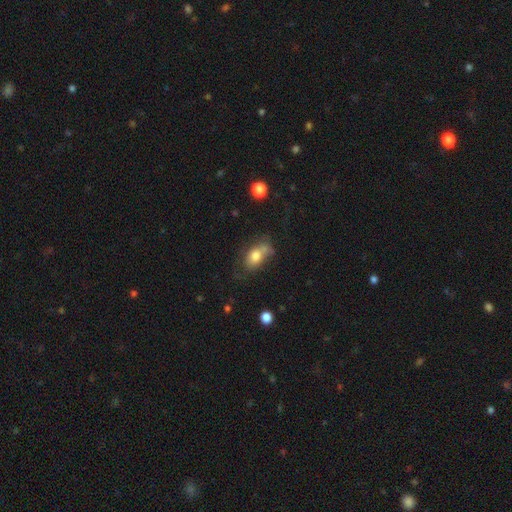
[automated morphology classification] smooth 74%, featured or disk 16%, star or artifact 9%. Down the decision tree: how rounded — in between (84%); merging — none (43%).